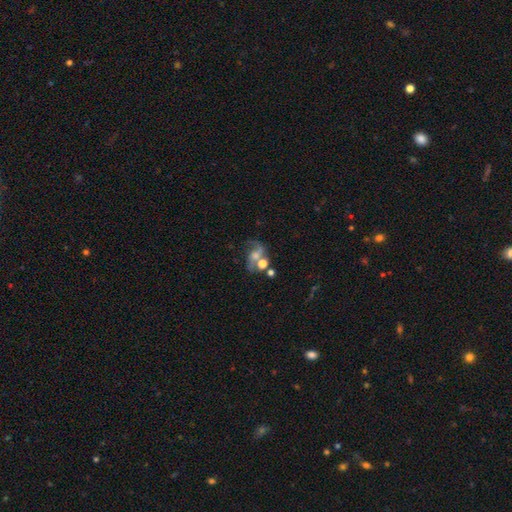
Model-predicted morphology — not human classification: A featured or disk galaxy (65%) with no bar (59%), 2 (72%) loose (58%) spiral arms (83%) and a moderate central bulge (49%). Merging: none (38%).